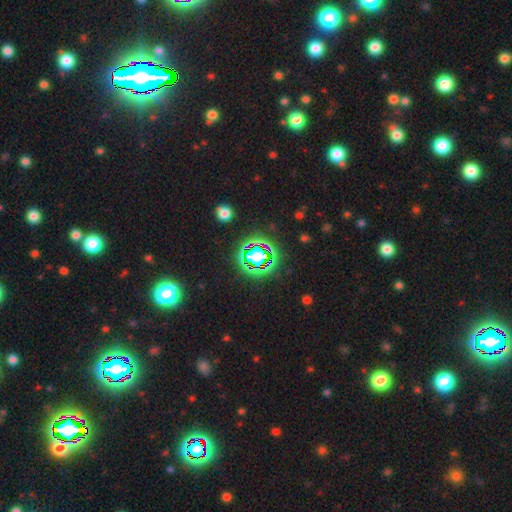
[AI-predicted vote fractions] Smooth or featured? star or artifact (69%)